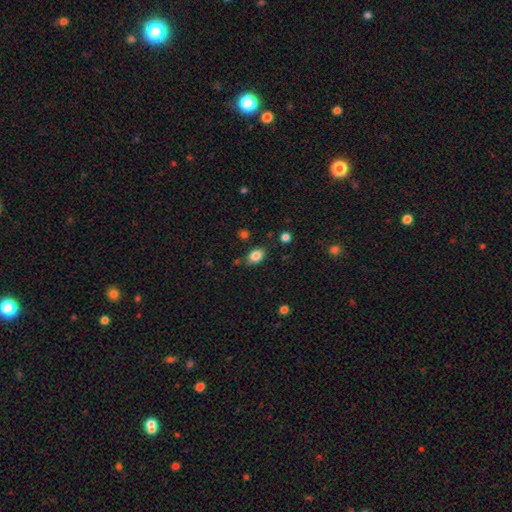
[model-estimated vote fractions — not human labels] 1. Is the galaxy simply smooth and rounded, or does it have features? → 84% smooth, 9% star or artifact, 7% featured or disk.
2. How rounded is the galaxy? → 79% in between, 20% round, 1% cigar-shaped.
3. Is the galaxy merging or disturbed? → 79% none, 14% minor disturbance, 3% merger, 3% major disturbance.